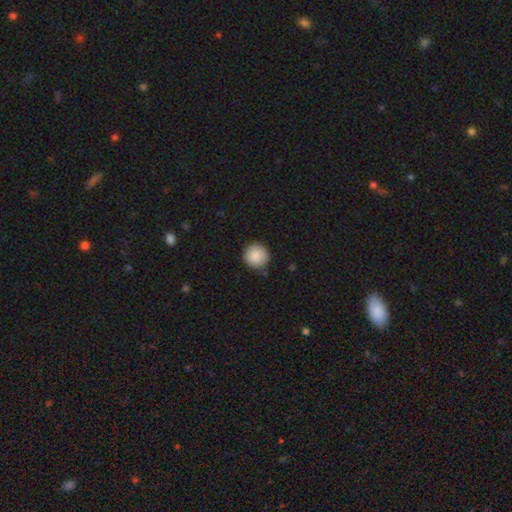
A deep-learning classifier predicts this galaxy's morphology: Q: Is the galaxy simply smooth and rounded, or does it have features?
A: smooth — 88%.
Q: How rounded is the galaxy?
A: round — 95%.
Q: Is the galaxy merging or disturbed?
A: none — 88%.